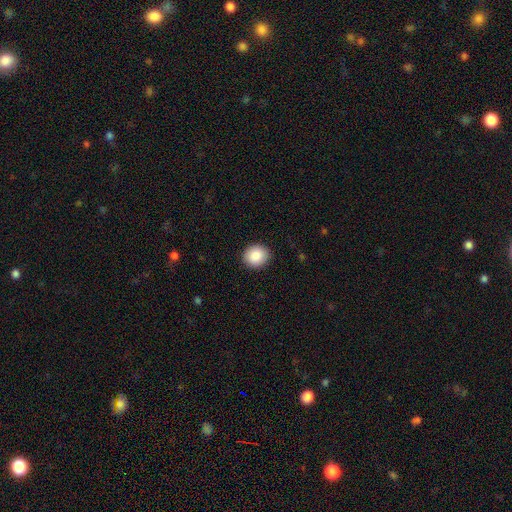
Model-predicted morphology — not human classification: Smooth or featured?
  - smooth: 88% *
  - star or artifact: 8%
  - featured or disk: 4%
How rounded?
  - round: 75% *
  - in between: 24%
  - cigar-shaped: 1%
Merging?
  - none: 91% *
  - minor disturbance: 7%
  - major disturbance: 2%
  - merger: 1%